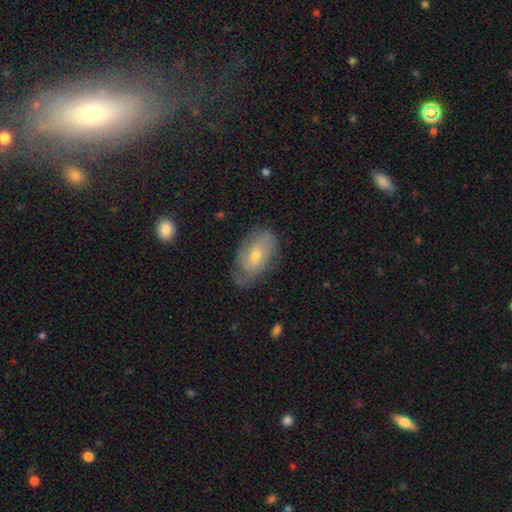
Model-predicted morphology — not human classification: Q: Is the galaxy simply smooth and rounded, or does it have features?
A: featured or disk — 50%.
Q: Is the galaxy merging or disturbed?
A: none — 68%.